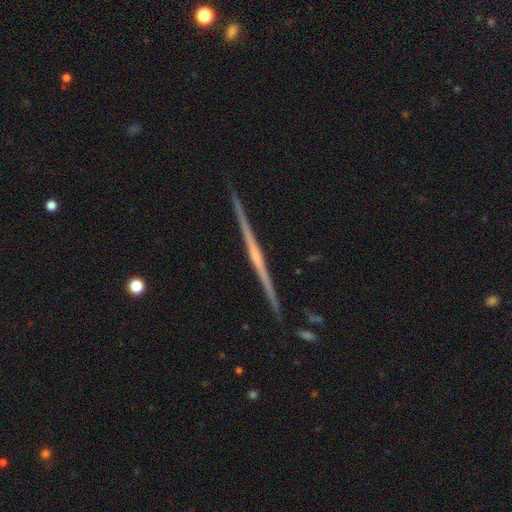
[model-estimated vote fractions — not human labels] Smooth or featured? featured or disk (83%)
Edge-on disk? yes (99%)
Edge-on bulge? none (52%)
Merging? none (93%)